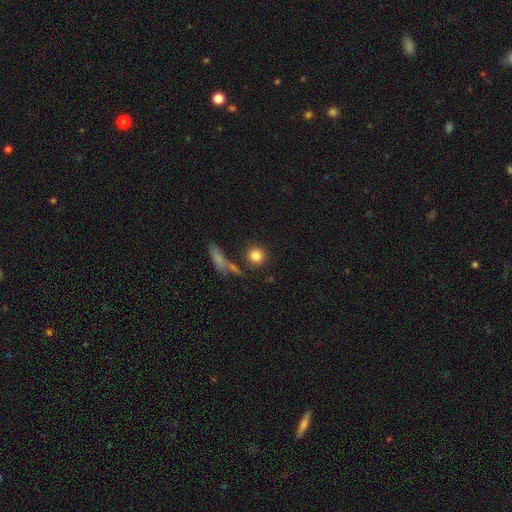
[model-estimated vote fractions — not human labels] The model was most divided on "merging": none: 77%, merger: 10%, minor disturbance: 9%, major disturbance: 4%. More confident: how rounded — round (86%); smooth or featured — smooth (83%).